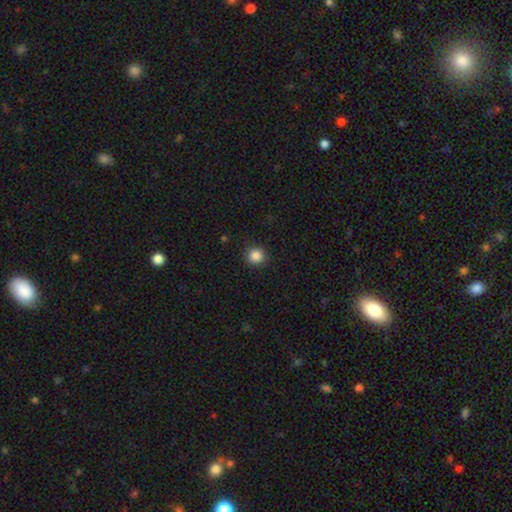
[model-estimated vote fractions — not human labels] A smooth galaxy with no disk features (86%) that is round (94%).

Vote fractions:
- Smooth or featured? smooth: 86% / star or artifact: 11% / featured or disk: 3%
- How rounded? round: 94% / in between: 5% / cigar-shaped: 1%
- Merging? none: 91% / minor disturbance: 6% / major disturbance: 2% / merger: 1%